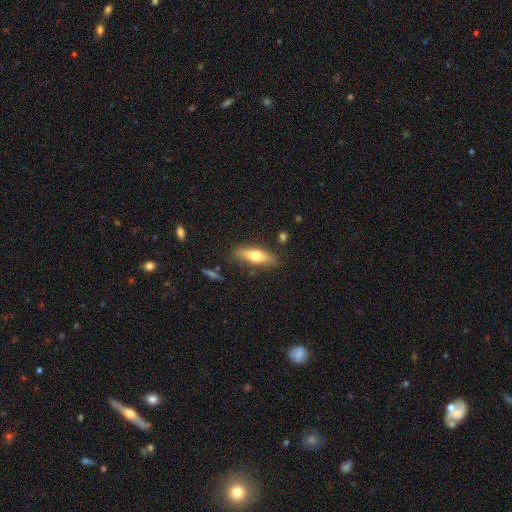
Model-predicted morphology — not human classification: This appears to be a smooth galaxy with no disk features (61%) that is cigar-shaped (49%). Merging: none (82%).